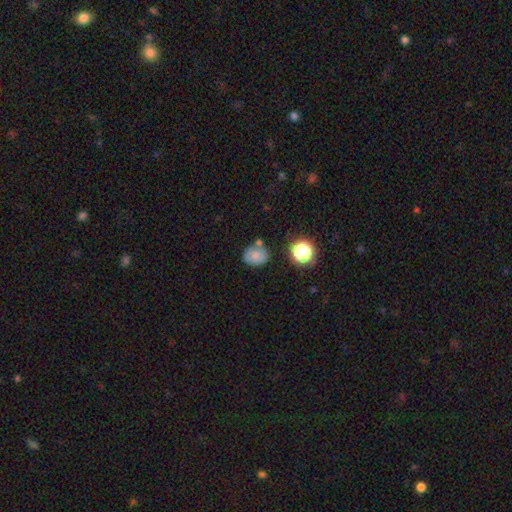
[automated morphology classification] Smooth or featured?
  - smooth: 74% *
  - featured or disk: 13%
  - star or artifact: 13%
How rounded?
  - round: 58% *
  - in between: 41%
  - cigar-shaped: 1%
Merging?
  - none: 60% *
  - minor disturbance: 21%
  - merger: 13%
  - major disturbance: 7%